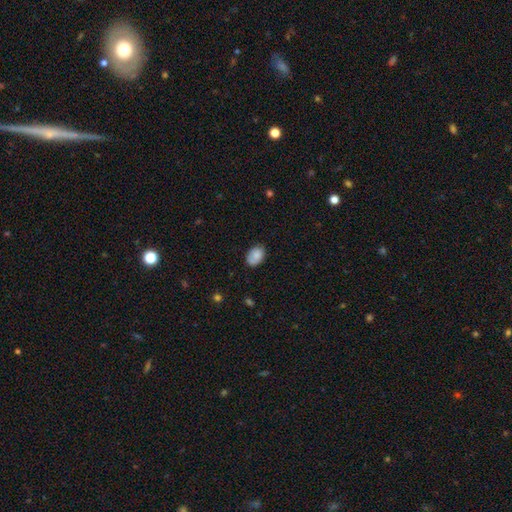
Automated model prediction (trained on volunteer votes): Smooth or featured? Predicted: smooth (p=0.82). How rounded? Predicted: in between (p=0.81). Merging? Predicted: none (p=0.73).